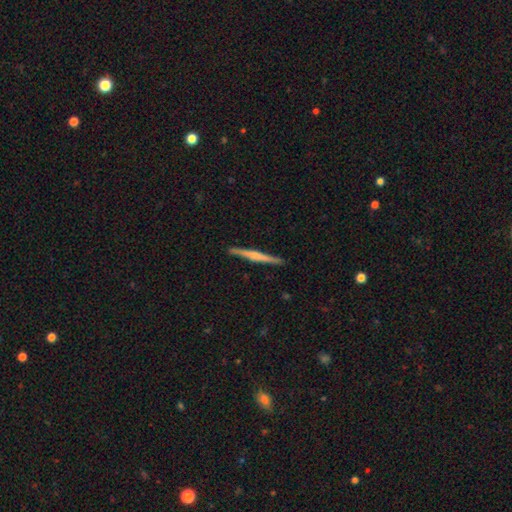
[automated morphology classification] Overall: featured or disk (63%; smooth 31%). Edge-on disk: yes (98%). Edge-on bulge: rounded (51%; none 28%). Merging: none (90%).